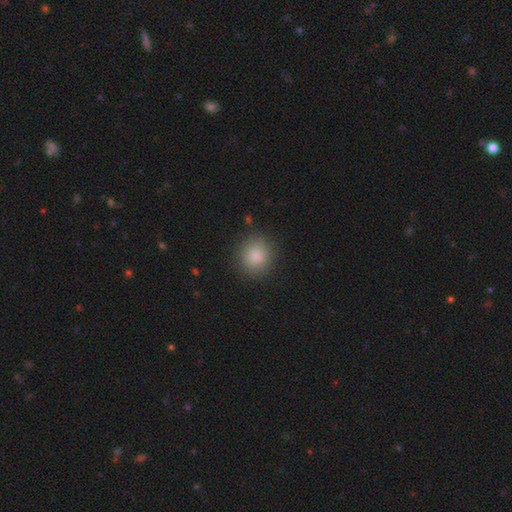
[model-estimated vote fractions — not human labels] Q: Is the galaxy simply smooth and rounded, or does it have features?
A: smooth — 85%.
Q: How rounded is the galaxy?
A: round — 84%.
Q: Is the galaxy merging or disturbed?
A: none — 87%.